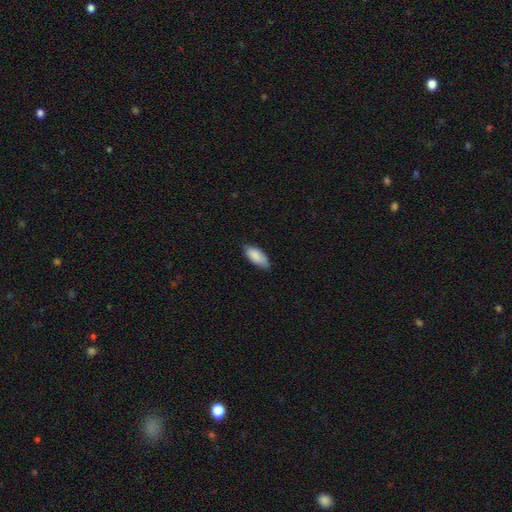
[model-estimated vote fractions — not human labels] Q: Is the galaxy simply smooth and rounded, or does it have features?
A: smooth — 88%.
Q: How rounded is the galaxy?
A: in between — 85%.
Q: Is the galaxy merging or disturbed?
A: none — 78%.